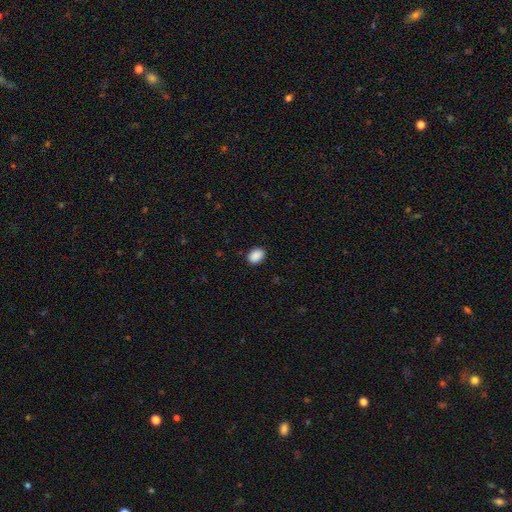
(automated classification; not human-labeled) This appears to be a smooth galaxy with no disk features (90%) that is in between round and cigar-shaped (77%). Merging: none (89%).